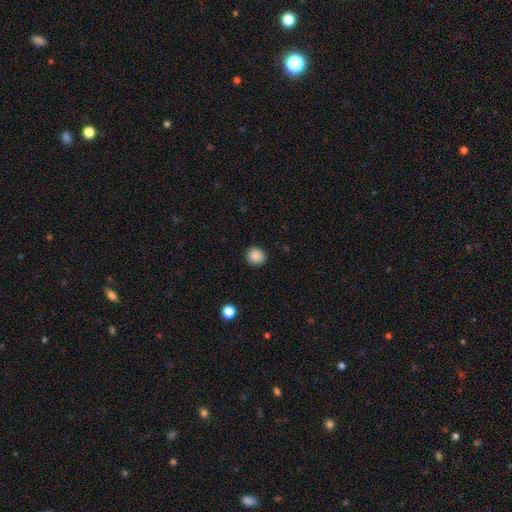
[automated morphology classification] A smooth galaxy with no disk features (88%) that is round (90%). Merging: none (91%).